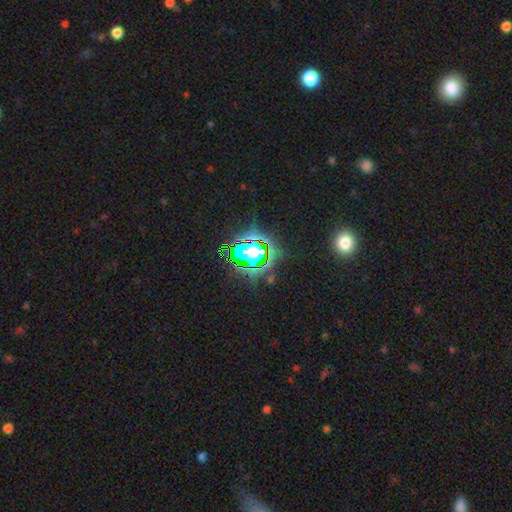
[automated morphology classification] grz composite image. It shows a star or artifact, not a galaxy (76%).